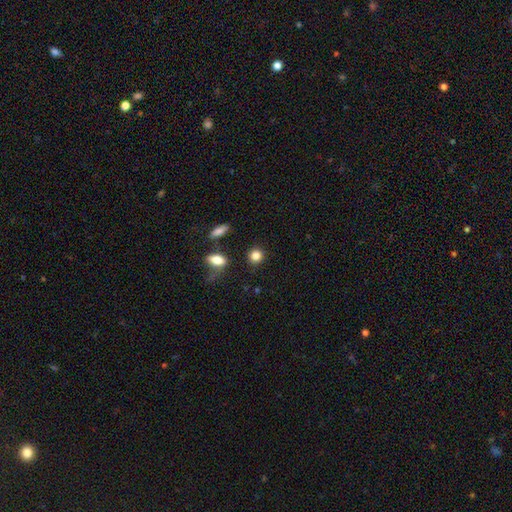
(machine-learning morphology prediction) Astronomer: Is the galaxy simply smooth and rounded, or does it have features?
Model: smooth — 85%.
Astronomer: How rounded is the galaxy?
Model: round — 86%.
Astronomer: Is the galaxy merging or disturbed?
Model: none — 86%.